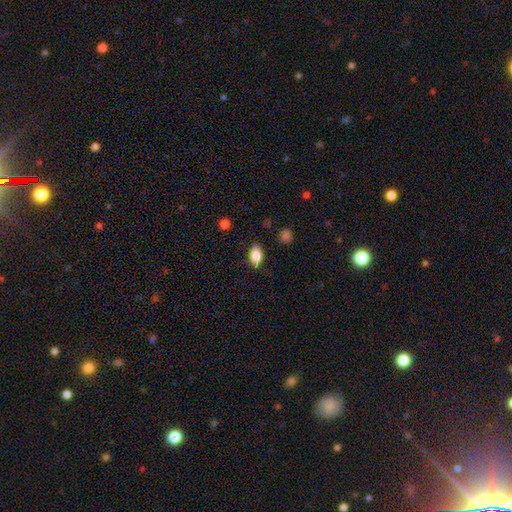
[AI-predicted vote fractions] This is clearly a smooth galaxy (86%). How rounded: clearly in between (89%). Merging: clearly none (82%).